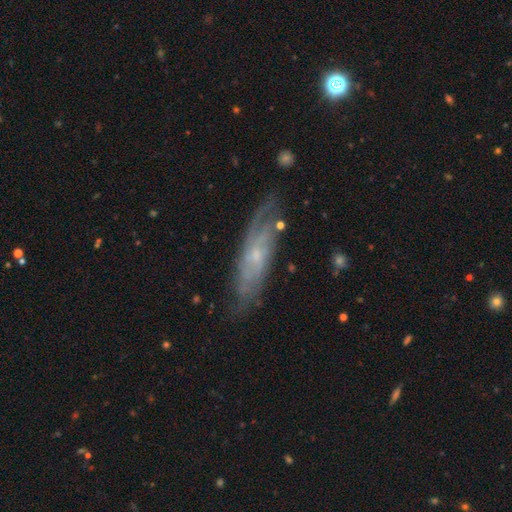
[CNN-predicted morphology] smooth-or-featured: featured or disk: 74% | smooth: 20% | star or artifact: 7%
  disk-edge-on: no: 76% | yes: 24%
    bar: no: 68% | weak: 28% | strong: 4%
    has-spiral-arms: yes: 86% | no: 14%
    bulge-size: small: 70% | moderate: 21% | none: 6% | large: 1% | dominant: 1%
  merging: none: 71% | minor disturbance: 20% | major disturbance: 7% | merger: 2%